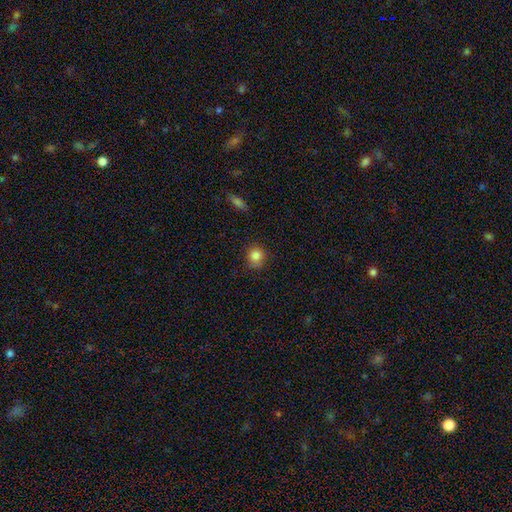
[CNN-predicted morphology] The model was most divided on "merging": none: 83%, minor disturbance: 13%, major disturbance: 3%, merger: 1%. More confident: how rounded — round (86%); smooth or featured — smooth (84%).